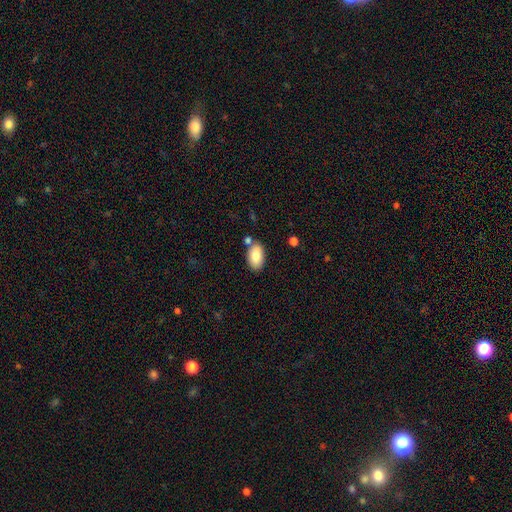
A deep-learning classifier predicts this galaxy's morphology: smooth_or_featured: smooth (p=0.83) [alt: featured or disk p=0.10]
how_rounded: in between (p=0.93) [alt: round p=0.05]
merging: none (p=0.75) [alt: minor disturbance p=0.13]